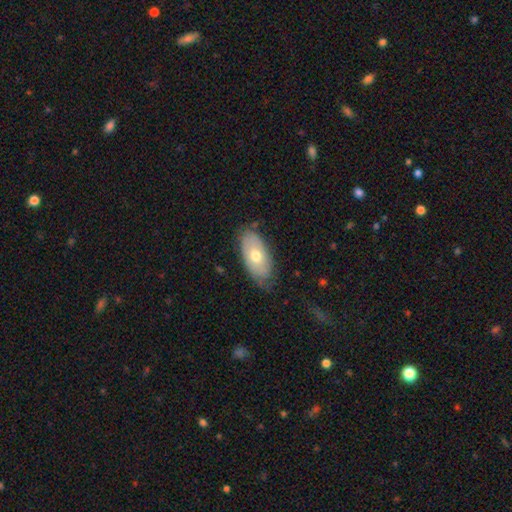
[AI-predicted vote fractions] Morphology: type=smooth (61%); roundness=in between (93%); merging=none (72%).